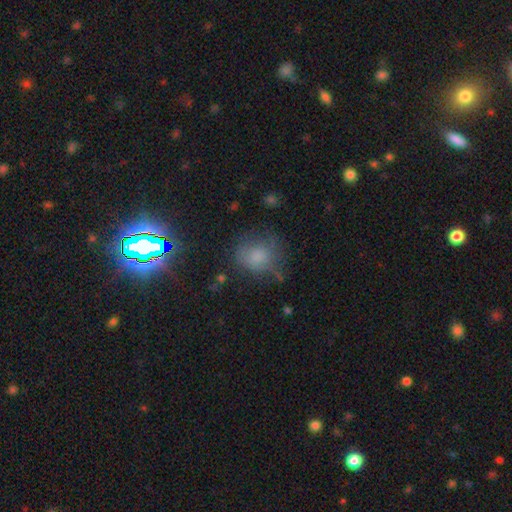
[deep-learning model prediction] Smooth or featured: smooth — 53% (star or artifact — 32%)
How rounded: round — 75% (in between — 24%)
Merging: none — 65% (minor disturbance — 21%)